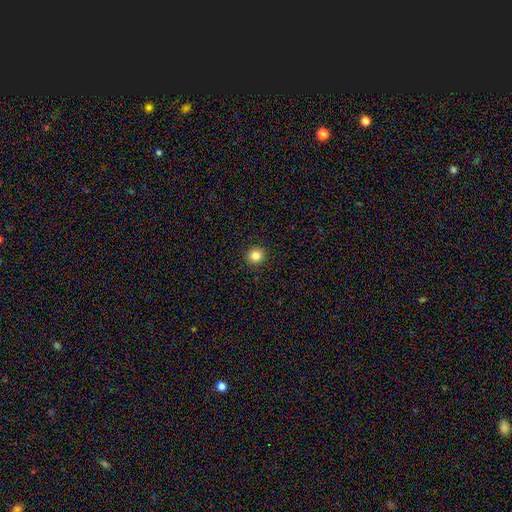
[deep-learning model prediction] A smooth galaxy with no disk features (84%) that is round (92%).

Vote fractions:
- Smooth or featured? smooth: 84% / star or artifact: 11% / featured or disk: 5%
- How rounded? round: 92% / in between: 8% / cigar-shaped: 1%
- Merging? none: 93% / minor disturbance: 4% / major disturbance: 2% / merger: 1%